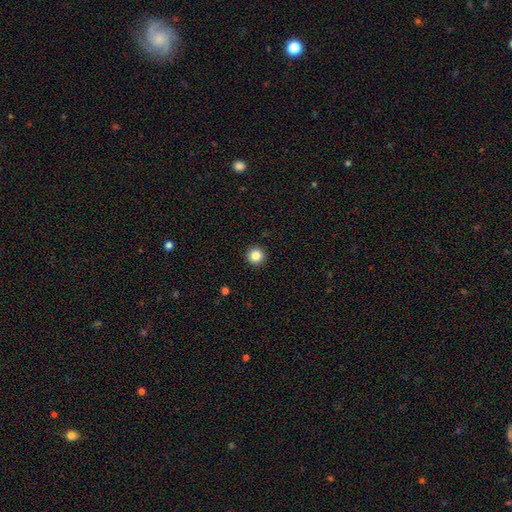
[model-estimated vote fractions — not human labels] A smooth galaxy with no disk features (85%) that is round (96%).

Vote fractions:
- Smooth or featured? smooth: 85% / star or artifact: 10% / featured or disk: 5%
- How rounded? round: 96% / in between: 3% / cigar-shaped: 1%
- Merging? none: 93% / minor disturbance: 4% / major disturbance: 1% / merger: 1%